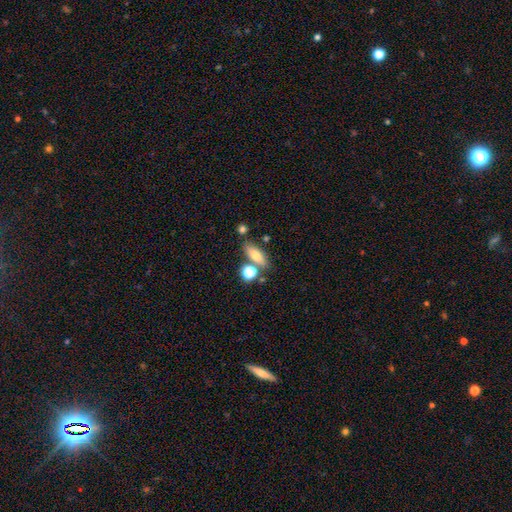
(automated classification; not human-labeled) Overall: smooth (71%). How rounded: in between (64%; cigar-shaped 27%). Merging: none (67%).